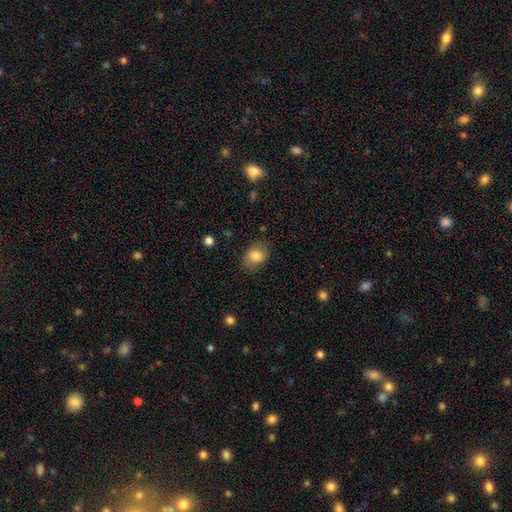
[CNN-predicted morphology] A smooth galaxy with no disk features (82%) that is in between round and cigar-shaped (72%). Merging: none (80%).